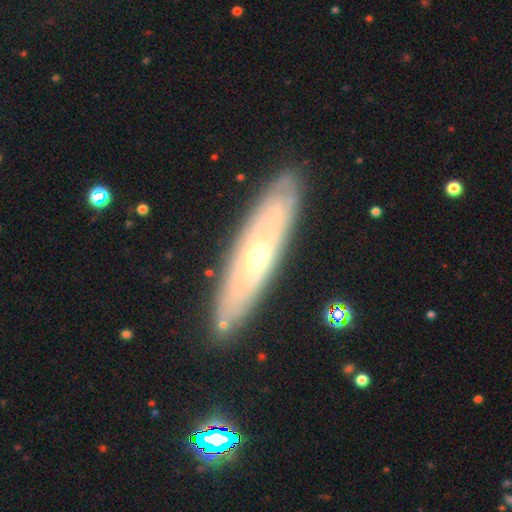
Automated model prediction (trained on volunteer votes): smooth_or_featured: featured or disk (p=0.68) [alt: smooth p=0.25]
disk_edge_on: no (p=0.58) [alt: yes p=0.42]
merging: none (p=0.85) [alt: minor disturbance p=0.10]